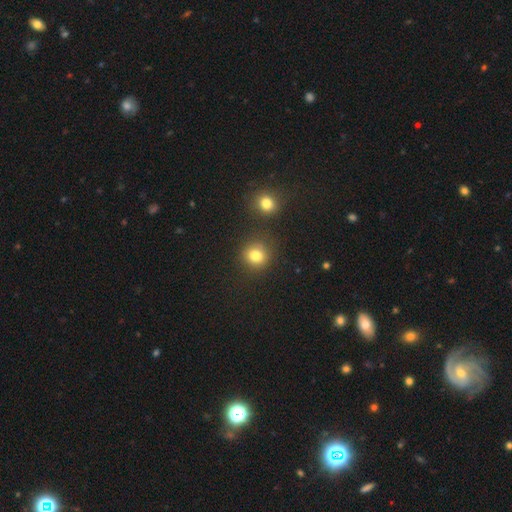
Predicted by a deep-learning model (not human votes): Overall: smooth (81%). How rounded: round (86%). Merging: none (78%).